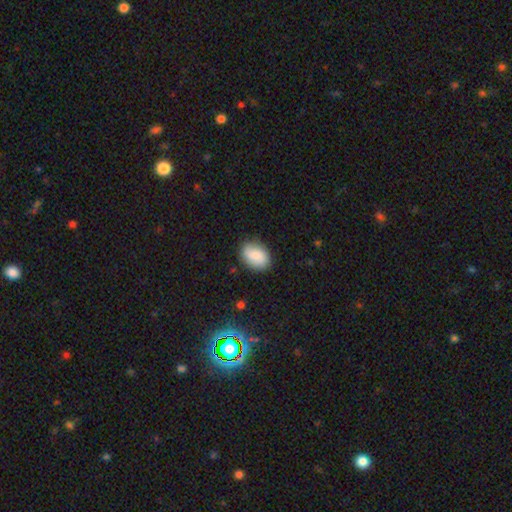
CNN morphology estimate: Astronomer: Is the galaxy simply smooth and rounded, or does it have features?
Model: smooth — 81%.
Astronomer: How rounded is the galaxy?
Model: in between — 76%.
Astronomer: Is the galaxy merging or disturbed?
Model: none — 81%.